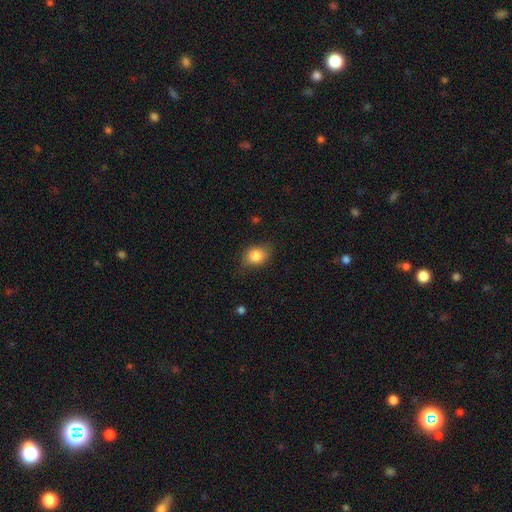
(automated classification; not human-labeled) Morphology: type=smooth (83%); roundness=in between (62%); merging=none (72%).